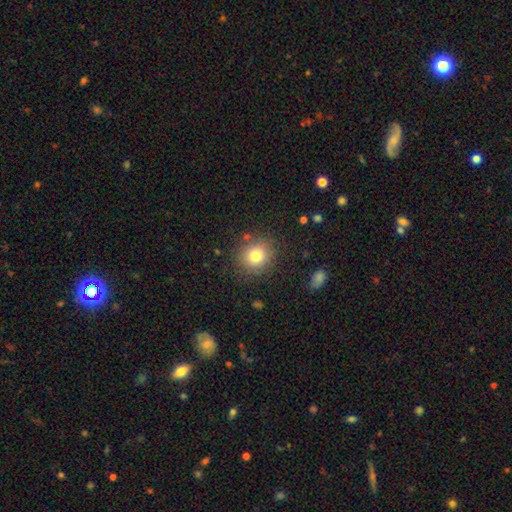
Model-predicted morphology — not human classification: This appears to be a smooth galaxy with no disk features (78%) that is round (84%). Merging: none (84%).